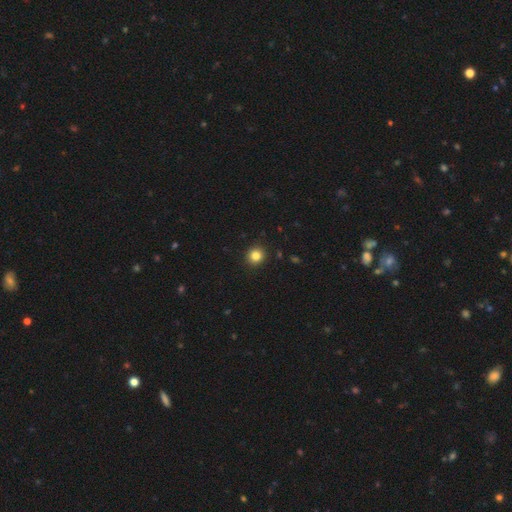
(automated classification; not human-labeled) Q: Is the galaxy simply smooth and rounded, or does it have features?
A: smooth — 84%.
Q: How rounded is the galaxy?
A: round — 92%.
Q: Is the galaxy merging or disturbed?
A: none — 92%.